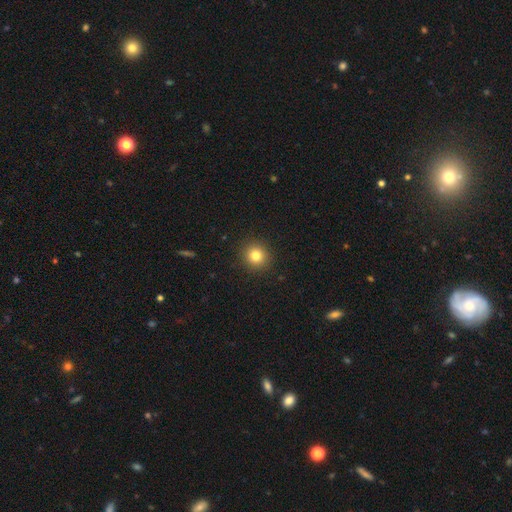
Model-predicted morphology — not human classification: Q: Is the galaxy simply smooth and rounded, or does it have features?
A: smooth — 81%.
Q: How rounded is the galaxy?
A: round — 92%.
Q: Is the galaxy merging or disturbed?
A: none — 92%.